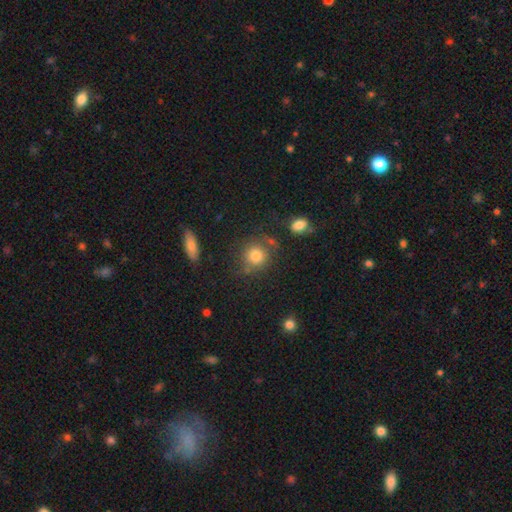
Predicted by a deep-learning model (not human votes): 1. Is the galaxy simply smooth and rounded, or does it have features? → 78% smooth, 12% star or artifact, 10% featured or disk.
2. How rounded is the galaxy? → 86% round, 13% in between, 1% cigar-shaped.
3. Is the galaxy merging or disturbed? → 71% none, 14% minor disturbance, 9% merger, 6% major disturbance.